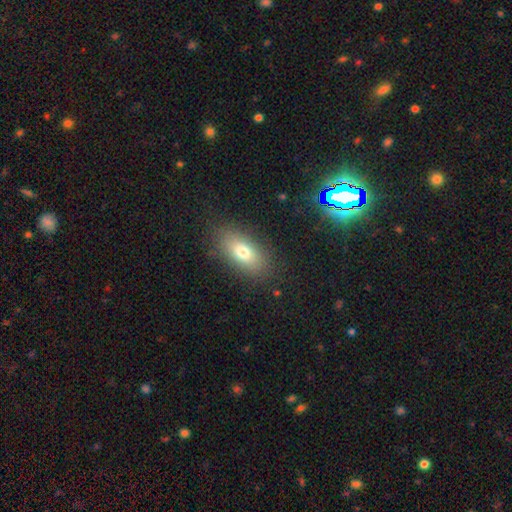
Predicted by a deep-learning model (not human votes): Smooth or featured?
  - smooth: 65% *
  - star or artifact: 20%
  - featured or disk: 15%
How rounded?
  - in between: 83% *
  - round: 9%
  - cigar-shaped: 8%
Merging?
  - none: 88% *
  - minor disturbance: 8%
  - major disturbance: 3%
  - merger: 1%